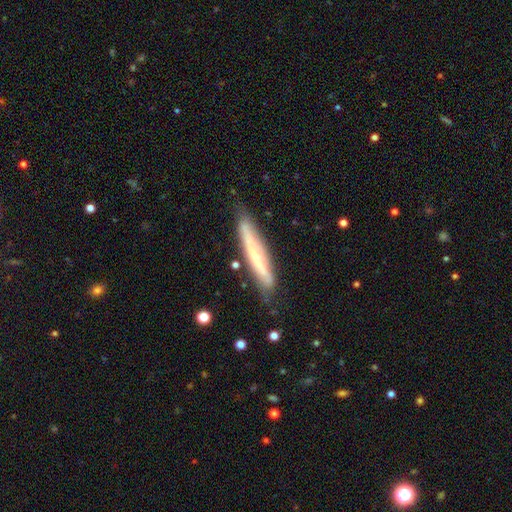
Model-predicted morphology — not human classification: A smooth galaxy with no disk features (48%).

Vote fractions:
- Smooth or featured? smooth: 48% / featured or disk: 46% / star or artifact: 6%
- Merging? none: 74% / minor disturbance: 20% / major disturbance: 4% / merger: 2%